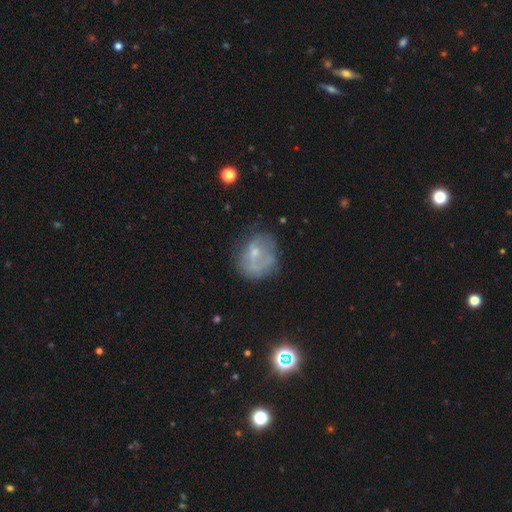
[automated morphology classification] The model was most divided on "smooth or featured": smooth: 45%, featured or disk: 42%, star or artifact: 13%. Remaining: merging — none (48%).